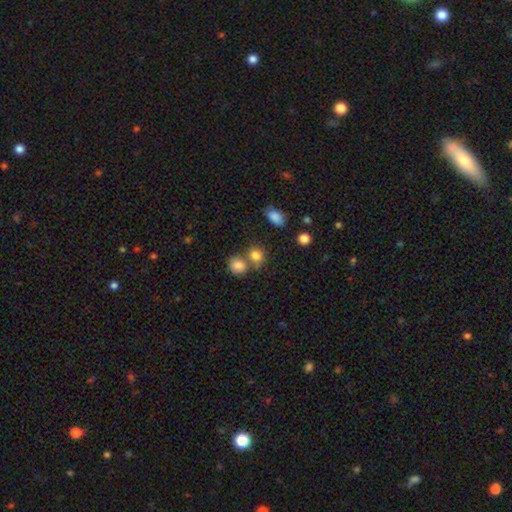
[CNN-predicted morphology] smooth_or_featured: smooth (p=0.82) [alt: star or artifact p=0.11]
how_rounded: round (p=0.71) [alt: in between p=0.28]
merging: none (p=0.49) [alt: merger p=0.36]